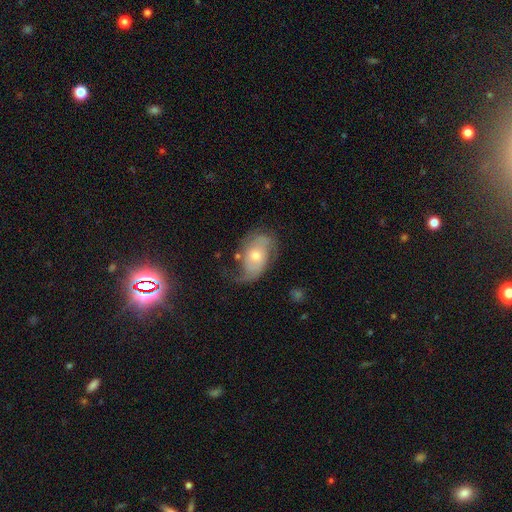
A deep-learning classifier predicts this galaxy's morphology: This appears to be a featured or disk galaxy (65%) with no bar (72%), 2 (61%) loose (42%) spiral arms (83%) and a moderate central bulge (54%). Merging: none (44%).